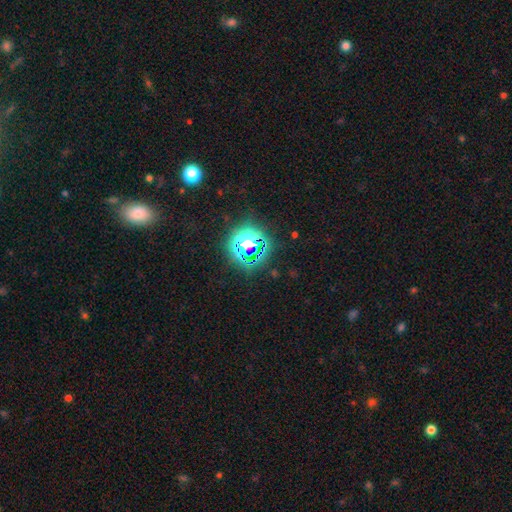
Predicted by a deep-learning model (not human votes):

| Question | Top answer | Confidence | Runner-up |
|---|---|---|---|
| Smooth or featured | star or artifact | 75% | smooth (17%) |